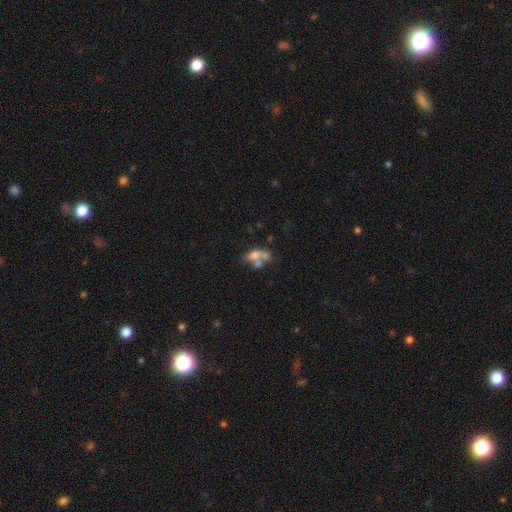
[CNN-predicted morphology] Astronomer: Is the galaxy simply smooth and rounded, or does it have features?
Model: smooth — 55% (runner-up: featured or disk, 32%).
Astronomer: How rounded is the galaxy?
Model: in between — 77%.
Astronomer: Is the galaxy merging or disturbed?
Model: merger — 52%.